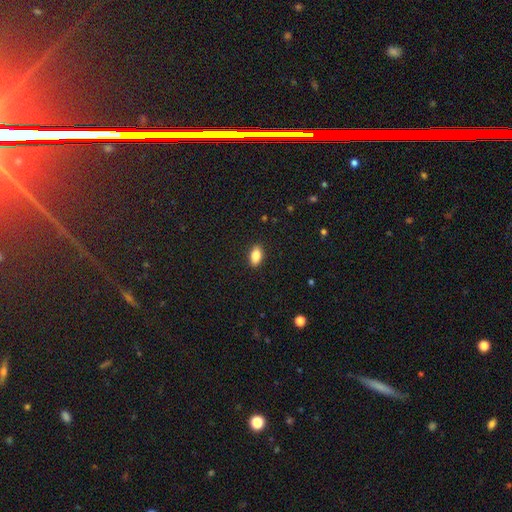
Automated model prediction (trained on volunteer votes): Morphology: type=smooth (84%); roundness=in between (90%); merging=none (90%).